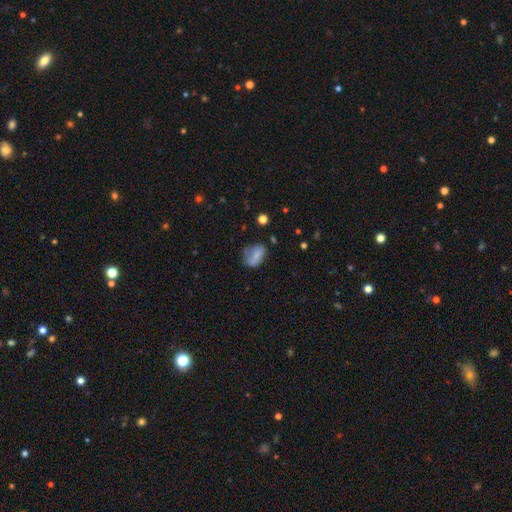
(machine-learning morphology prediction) Smooth or featured? smooth (69%)
How rounded? in between (78%)
Merging? none (42%)